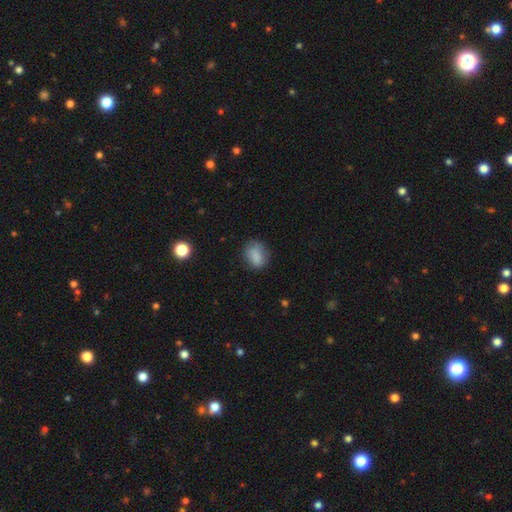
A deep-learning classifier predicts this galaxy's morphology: This appears to be a smooth galaxy with no disk features (83%) that is in between round and cigar-shaped (59%). Merging: none (72%).